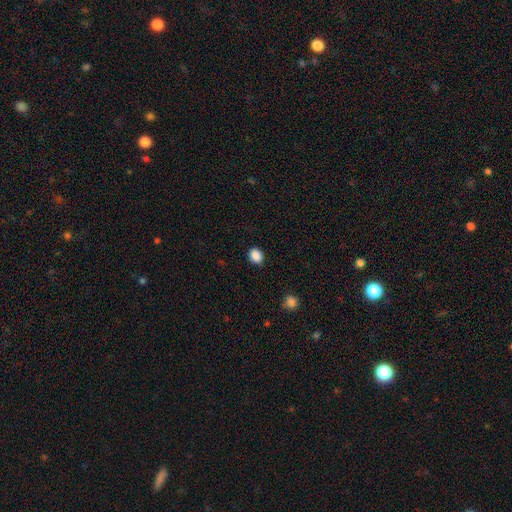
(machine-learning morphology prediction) smooth 88%, star or artifact 9%, featured or disk 3%. Down the decision tree: how rounded — round (51%); merging — none (87%).